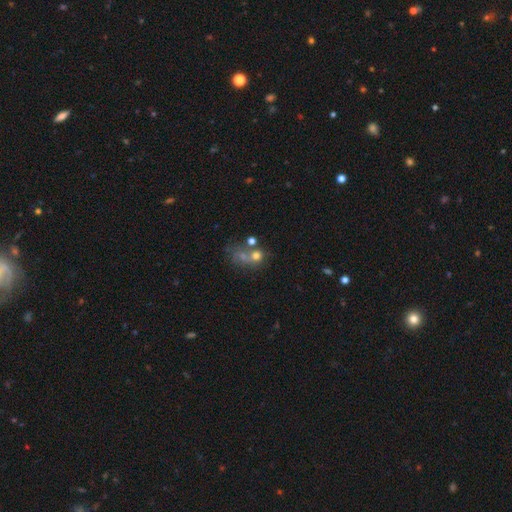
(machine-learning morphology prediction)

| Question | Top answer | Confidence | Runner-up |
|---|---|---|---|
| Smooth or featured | smooth | 59% | featured or disk (24%) |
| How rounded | round | 64% | in between (34%) |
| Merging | merger | 39% | none (30%) |